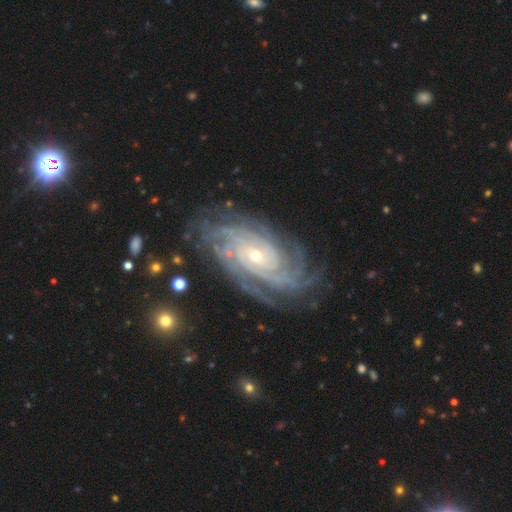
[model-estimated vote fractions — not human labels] Q: Smooth or featured?
A: featured or disk (92%); runner-up: star or artifact (4%)
Q: Edge-on disk?
A: no (96%); runner-up: yes (4%)
Q: Bar?
A: no (68%); runner-up: weak (23%)
Q: Spiral arms?
A: yes (98%); runner-up: no (2%)
Q: Spiral winding?
A: tight (77%); runner-up: medium (20%)
Q: Spiral arm count?
A: more than 4 (27%); tied with: 4 (27%)
Q: Bulge size?
A: small (65%); runner-up: moderate (31%)
Q: Merging?
A: none (79%); runner-up: minor disturbance (15%)